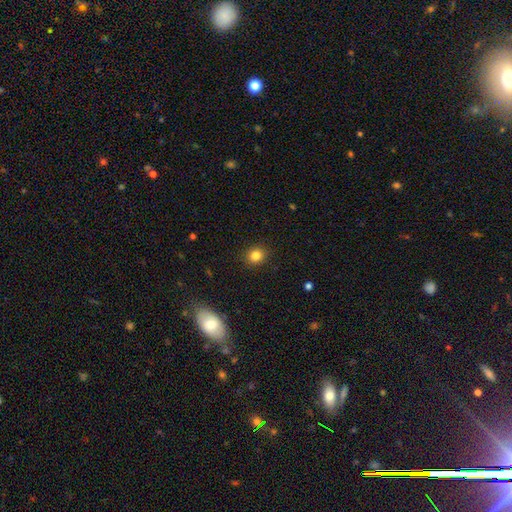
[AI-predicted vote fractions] A smooth galaxy with no disk features (82%) that is round (74%).

Vote fractions:
- Smooth or featured? smooth: 82% / star or artifact: 12% / featured or disk: 6%
- How rounded? round: 74% / in between: 25% / cigar-shaped: 1%
- Merging? none: 90% / minor disturbance: 7% / major disturbance: 2% / merger: 1%